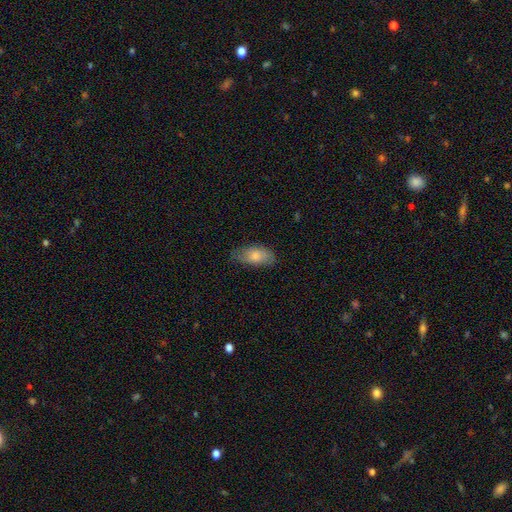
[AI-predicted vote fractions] This is likely a smooth galaxy (75%). How rounded: clearly in between (91%). Merging: likely none (72%).